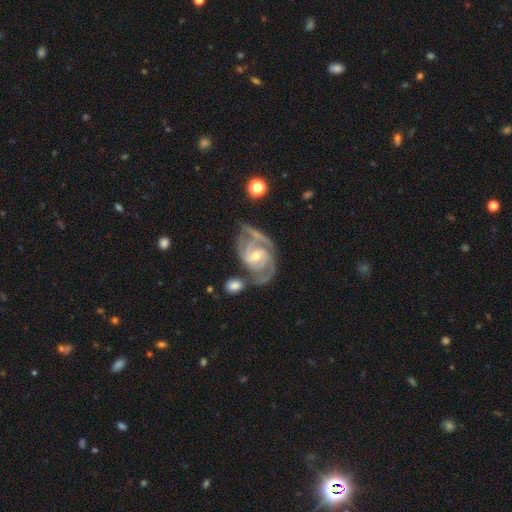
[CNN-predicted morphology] A featured or disk galaxy (92%) with a weak bar (42%), 2 (59%) tight (54%) spiral arms (98%) and a small central bulge (49%). Merging: none (59%).